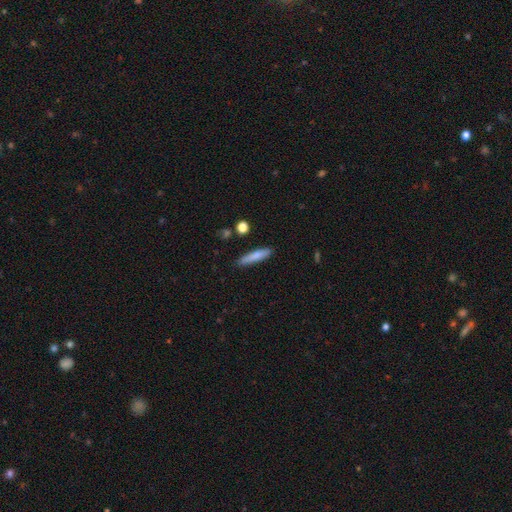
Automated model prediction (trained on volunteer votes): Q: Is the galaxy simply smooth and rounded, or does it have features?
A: smooth — 77%.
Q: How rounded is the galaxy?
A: cigar-shaped — 86%.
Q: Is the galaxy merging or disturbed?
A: none — 85%.